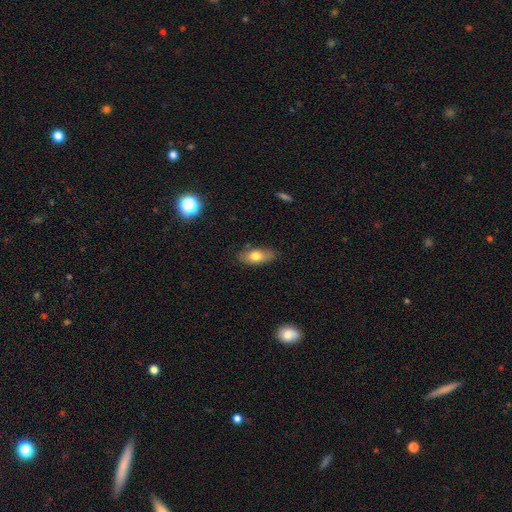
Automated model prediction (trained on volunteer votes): smooth_or_featured: smooth (p=0.72) [alt: featured or disk p=0.21]
how_rounded: in between (p=0.85) [alt: cigar-shaped p=0.10]
merging: none (p=0.80) [alt: minor disturbance p=0.16]